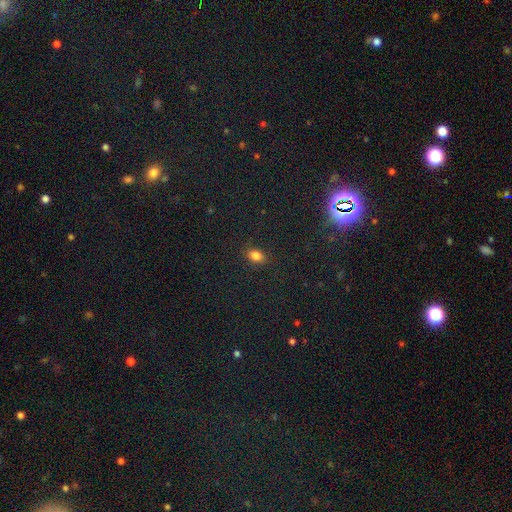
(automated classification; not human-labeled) This appears to be a smooth galaxy with no disk features (83%) that is in between round and cigar-shaped (79%). Merging: none (87%).